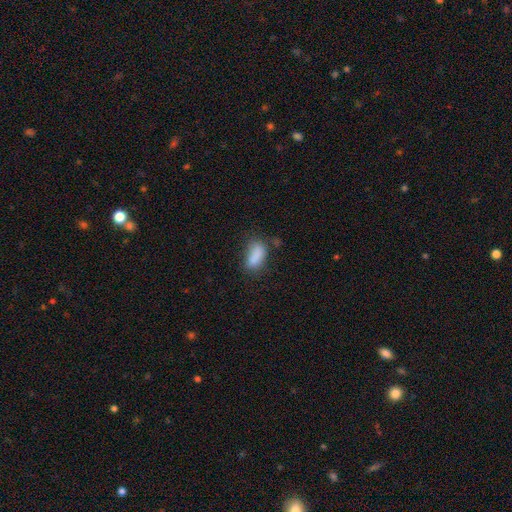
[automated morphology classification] smooth 82%, star or artifact 10%, featured or disk 8%. Down the decision tree: how rounded — in between (85%); merging — none (53%).